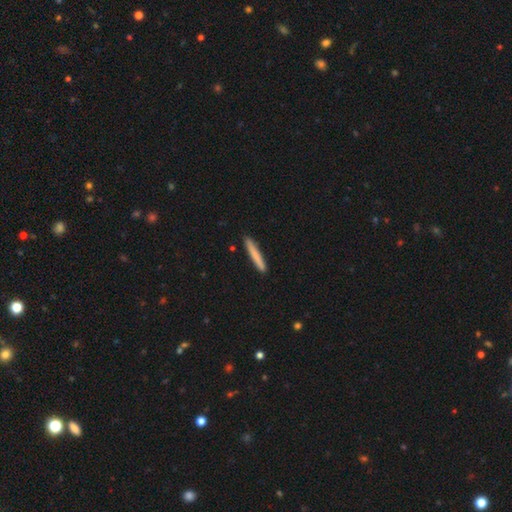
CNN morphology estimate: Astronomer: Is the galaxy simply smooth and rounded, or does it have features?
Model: smooth — 79%.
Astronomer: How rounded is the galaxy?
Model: cigar-shaped — 96%.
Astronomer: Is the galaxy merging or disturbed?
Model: none — 90%.